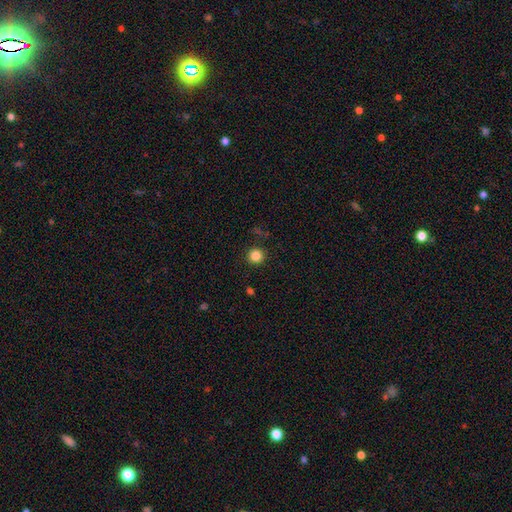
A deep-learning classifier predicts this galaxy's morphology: smooth_or_featured: smooth (p=0.85) [alt: star or artifact p=0.11]
how_rounded: round (p=0.95) [alt: in between p=0.04]
merging: none (p=0.91) [alt: minor disturbance p=0.06]